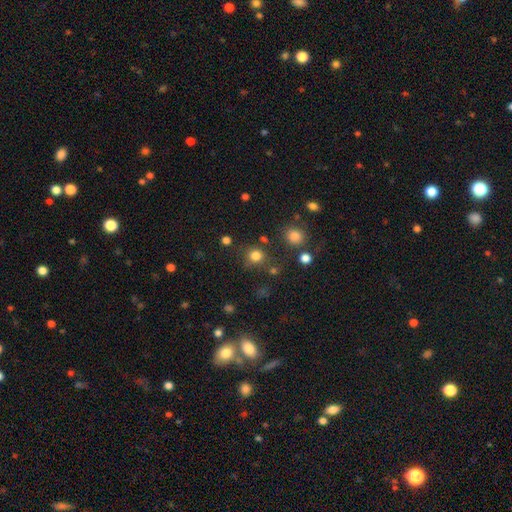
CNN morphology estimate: This is likely a smooth galaxy (79%). How rounded: clearly round (88%). Merging: likely none (76%).